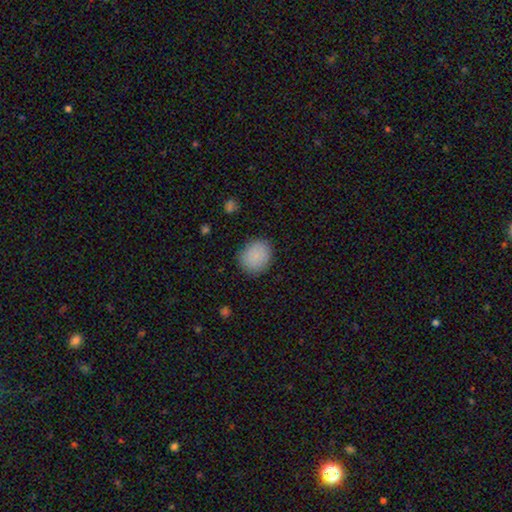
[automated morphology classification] smooth-or-featured: smooth: 86% | star or artifact: 9% | featured or disk: 6%
  how-rounded: round: 68% | in between: 32% | cigar-shaped: 1%
  merging: none: 84% | minor disturbance: 11% | major disturbance: 3% | merger: 1%